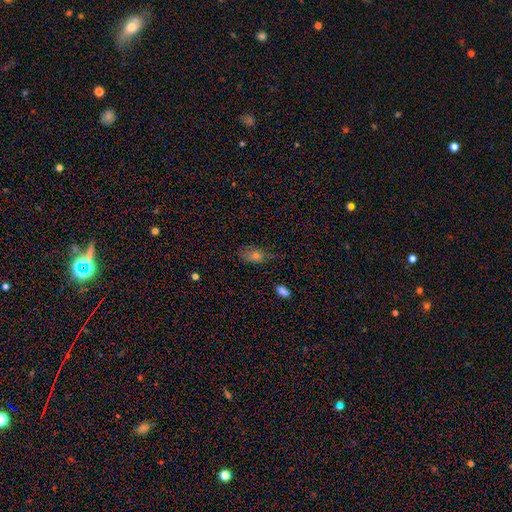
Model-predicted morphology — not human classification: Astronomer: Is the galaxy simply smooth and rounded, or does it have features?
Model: smooth — 63%.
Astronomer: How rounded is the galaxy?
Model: in between — 76%.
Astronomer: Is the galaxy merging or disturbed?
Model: none — 56%.